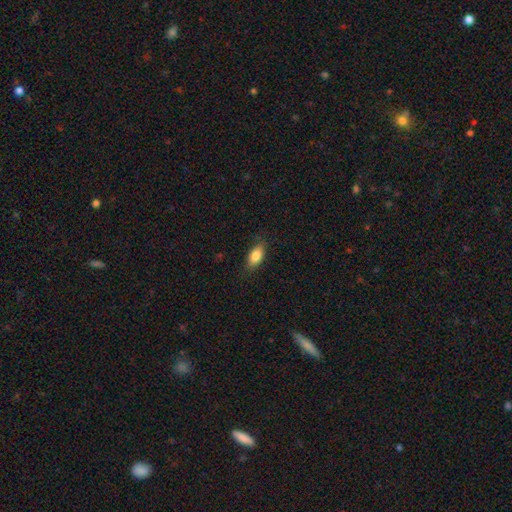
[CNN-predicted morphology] smooth 84%, featured or disk 9%, star or artifact 7%. Down the decision tree: how rounded — in between (89%); merging — none (83%).